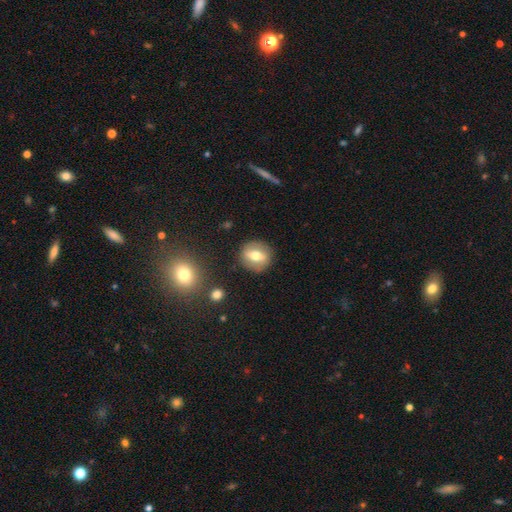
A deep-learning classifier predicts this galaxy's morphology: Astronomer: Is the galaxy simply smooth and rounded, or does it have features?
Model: smooth — 51% (runner-up: featured or disk, 41%).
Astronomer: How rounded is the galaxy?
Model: round — 74%.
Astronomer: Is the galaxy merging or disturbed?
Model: none — 86%.